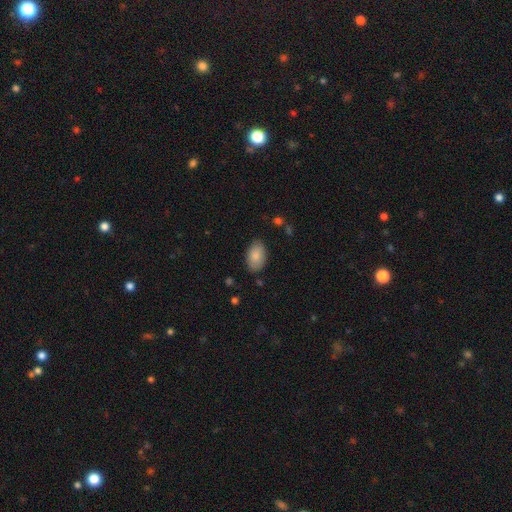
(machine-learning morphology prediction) type=smooth (85%); roundness=in between (92%); merging=none (84%).